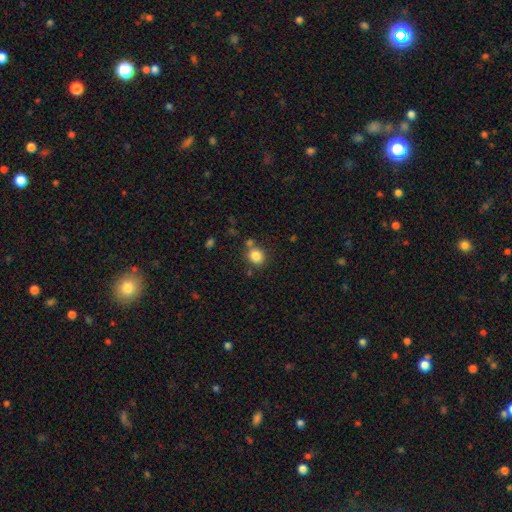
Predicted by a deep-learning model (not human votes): Q: Smooth or featured?
A: smooth (83%); runner-up: star or artifact (11%)
Q: How rounded?
A: round (80%); runner-up: in between (19%)
Q: Merging?
A: none (72%); runner-up: merger (13%)